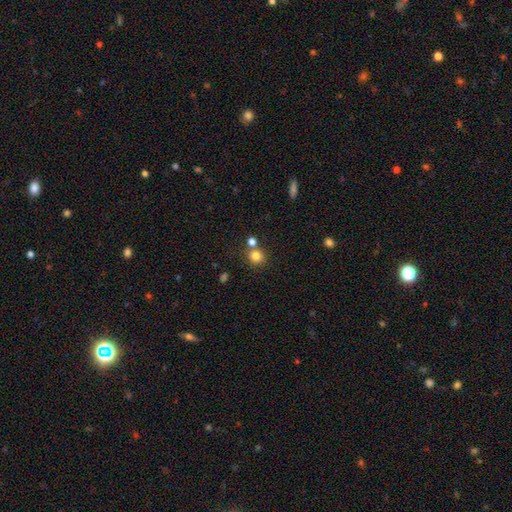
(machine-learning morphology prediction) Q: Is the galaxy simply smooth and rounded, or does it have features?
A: smooth — 81%.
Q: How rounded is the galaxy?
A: round — 88%.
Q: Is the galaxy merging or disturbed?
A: none — 69%.